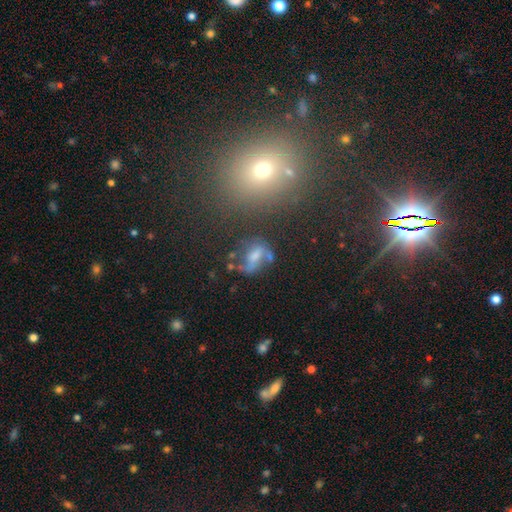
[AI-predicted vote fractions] A featured or disk galaxy (48%). Merging: none (37%).